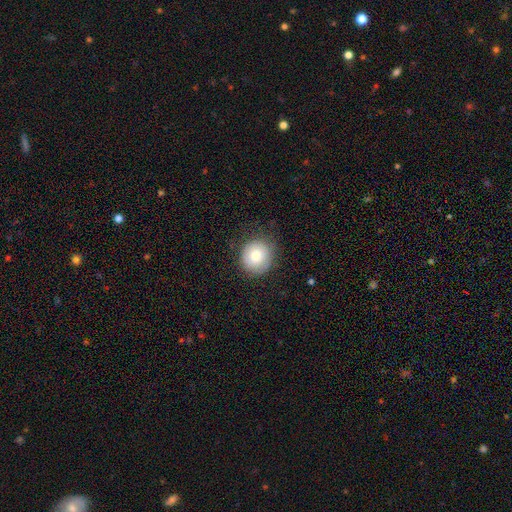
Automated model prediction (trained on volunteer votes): smooth_or_featured: smooth (p=0.74) [alt: featured or disk p=0.17]
how_rounded: round (p=0.89) [alt: in between p=0.10]
merging: none (p=0.79) [alt: minor disturbance p=0.15]